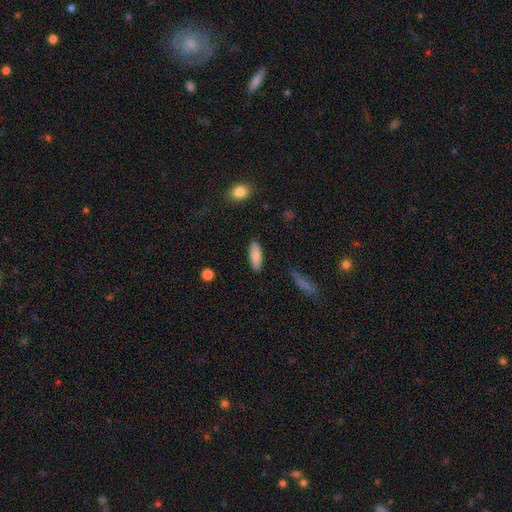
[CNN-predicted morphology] This is clearly a smooth galaxy (83%). How rounded: likely in between (70%). Merging: clearly none (87%).